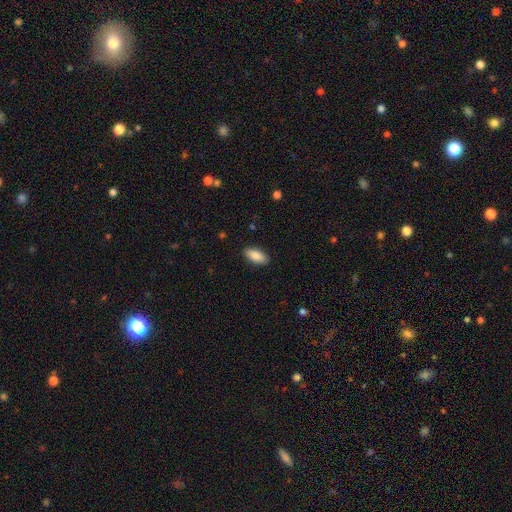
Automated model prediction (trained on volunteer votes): Smooth or featured?
  - smooth: 87% *
  - featured or disk: 7%
  - star or artifact: 6%
How rounded?
  - in between: 87% *
  - cigar-shaped: 11%
  - round: 2%
Merging?
  - none: 89% *
  - minor disturbance: 8%
  - major disturbance: 2%
  - merger: 1%